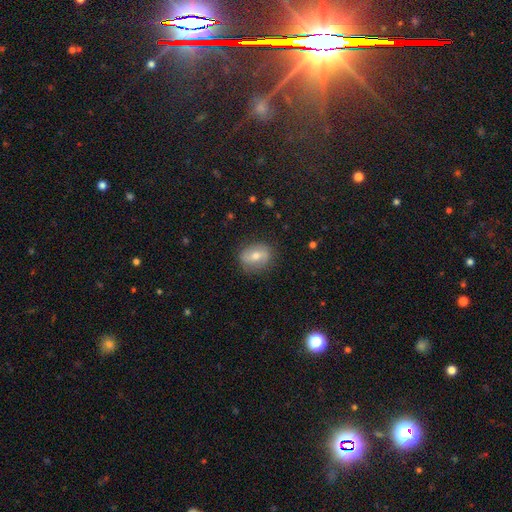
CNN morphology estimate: This is possibly a smooth galaxy (50%). Merging: clearly none (81%).